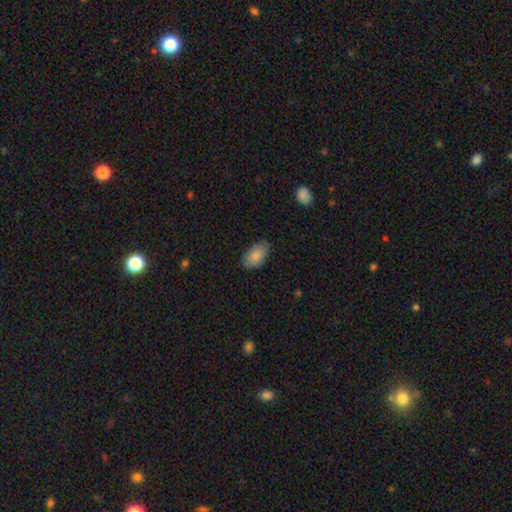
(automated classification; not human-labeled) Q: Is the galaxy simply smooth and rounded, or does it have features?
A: smooth — 86%.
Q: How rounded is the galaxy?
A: in between — 93%.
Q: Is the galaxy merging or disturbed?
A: none — 79%.